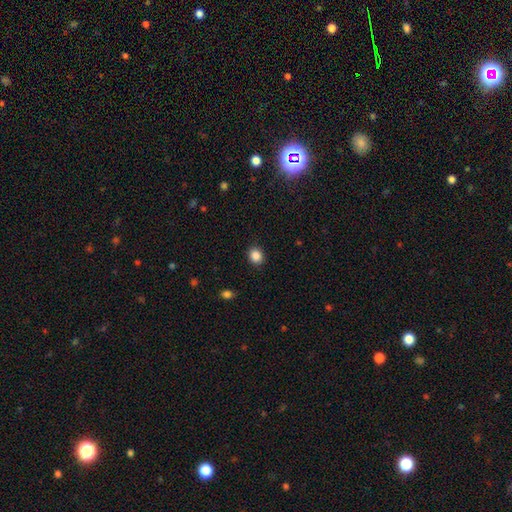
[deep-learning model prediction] A smooth galaxy with no disk features (87%) that is round (71%).

Vote fractions:
- Smooth or featured? smooth: 87% / star or artifact: 10% / featured or disk: 3%
- How rounded? round: 71% / in between: 28% / cigar-shaped: 1%
- Merging? none: 90% / minor disturbance: 7% / major disturbance: 2% / merger: 1%